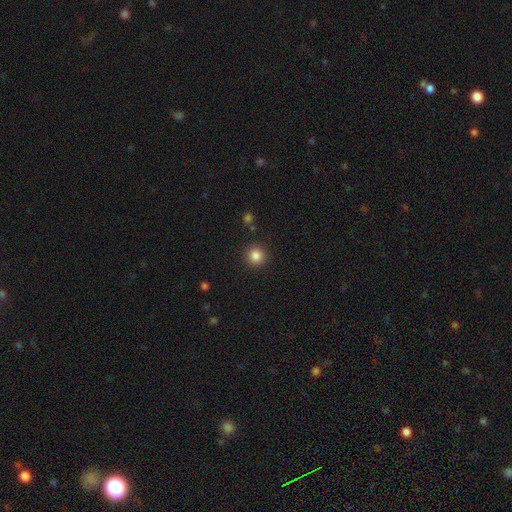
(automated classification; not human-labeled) Smooth or featured?
  - smooth: 85% *
  - star or artifact: 11%
  - featured or disk: 4%
How rounded?
  - round: 95% *
  - in between: 4%
  - cigar-shaped: 1%
Merging?
  - none: 91% *
  - minor disturbance: 5%
  - major disturbance: 2%
  - merger: 2%